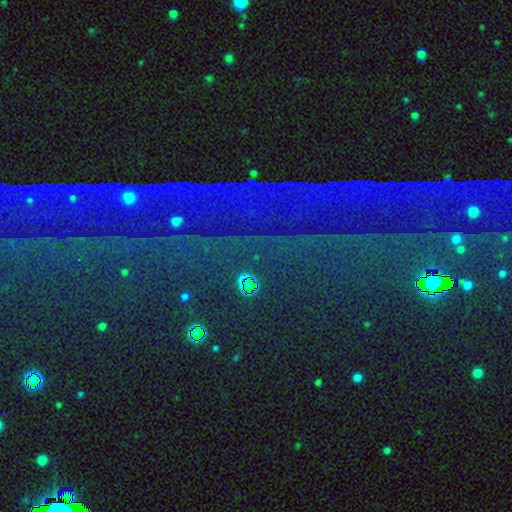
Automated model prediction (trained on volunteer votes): Smooth or featured: star or artifact — 82% (smooth — 9%)